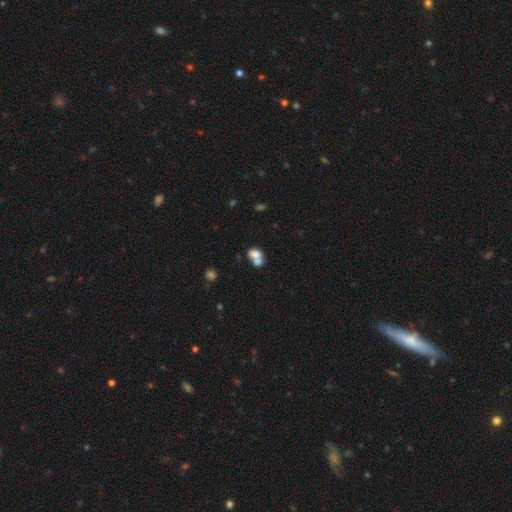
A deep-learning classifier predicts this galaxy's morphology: Smooth or featured: smooth — 73% (featured or disk — 16%)
How rounded: in between — 72% (round — 27%)
Merging: merger — 64% (none — 22%)